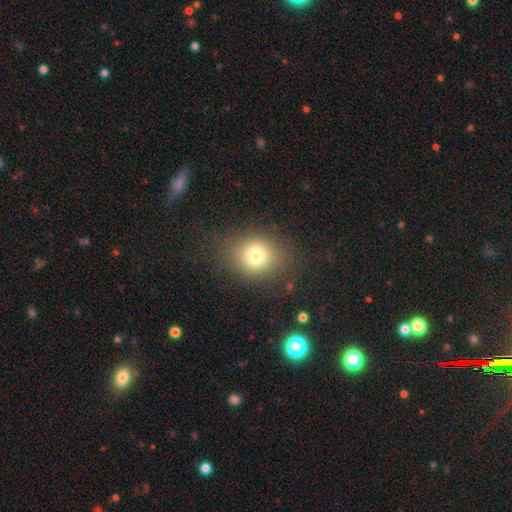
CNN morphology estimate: A smooth galaxy with no disk features (75%) that is round (71%). Merging: none (79%).